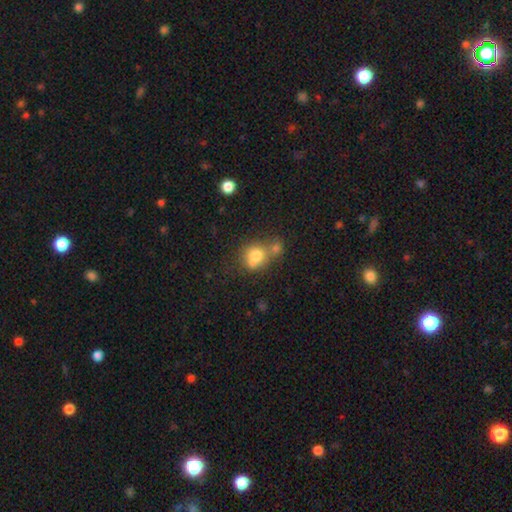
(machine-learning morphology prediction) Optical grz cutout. It shows a smooth galaxy with no disk features (74%) that is round (69%). Merging: merger (49%).